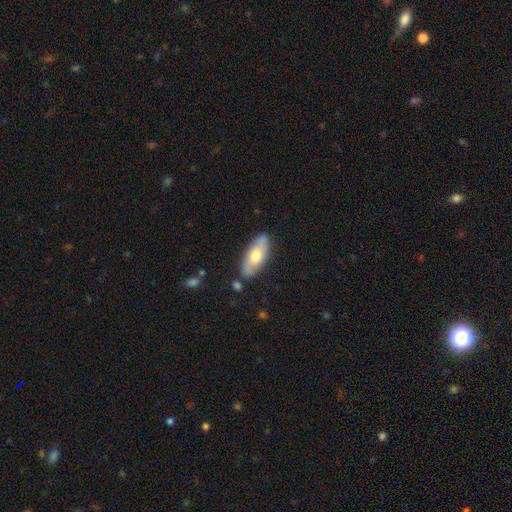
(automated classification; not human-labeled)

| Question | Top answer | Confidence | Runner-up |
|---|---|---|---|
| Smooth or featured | smooth | 61% | featured or disk (34%) |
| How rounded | in between | 80% | cigar-shaped (18%) |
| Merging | none | 82% | minor disturbance (12%) |